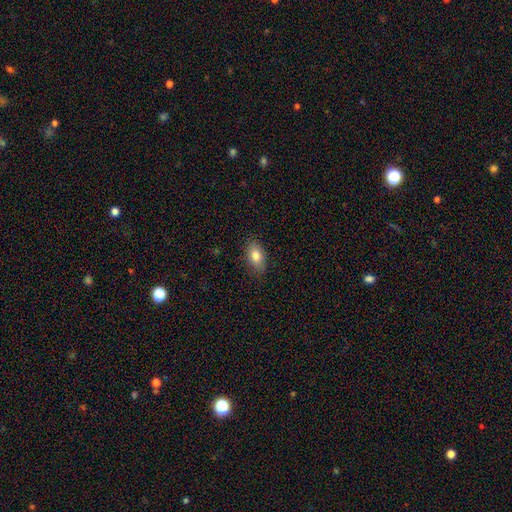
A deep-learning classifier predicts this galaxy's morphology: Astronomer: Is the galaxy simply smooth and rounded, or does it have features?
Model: smooth — 80%.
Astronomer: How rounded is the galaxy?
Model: in between — 90%.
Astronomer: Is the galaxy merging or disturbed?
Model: none — 84%.